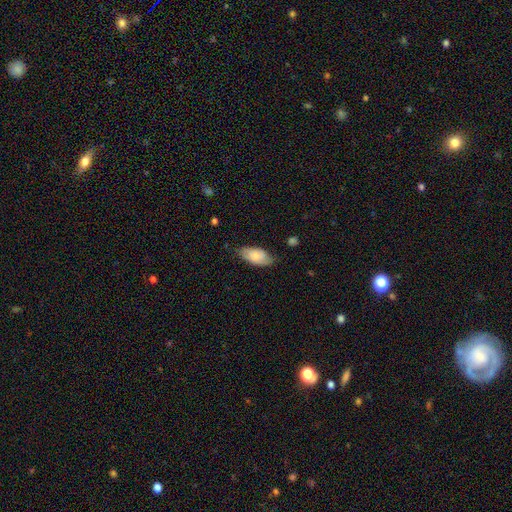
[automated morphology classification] Q: Smooth or featured?
A: smooth (69%); runner-up: featured or disk (25%)
Q: How rounded?
A: in between (92%); runner-up: cigar-shaped (6%)
Q: Merging?
A: none (68%); runner-up: minor disturbance (26%)